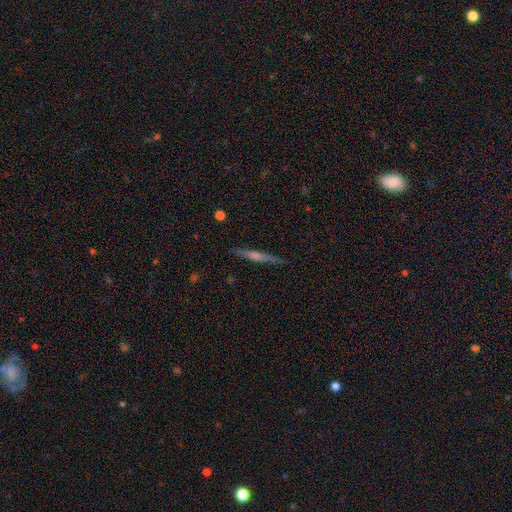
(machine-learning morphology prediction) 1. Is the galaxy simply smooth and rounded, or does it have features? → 60% featured or disk, 33% smooth, 7% star or artifact.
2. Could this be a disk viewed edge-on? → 97% yes, 3% no.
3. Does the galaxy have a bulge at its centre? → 56% rounded, 31% none, 13% boxy.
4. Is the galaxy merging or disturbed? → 89% none, 8% minor disturbance, 2% major disturbance, 1% merger.